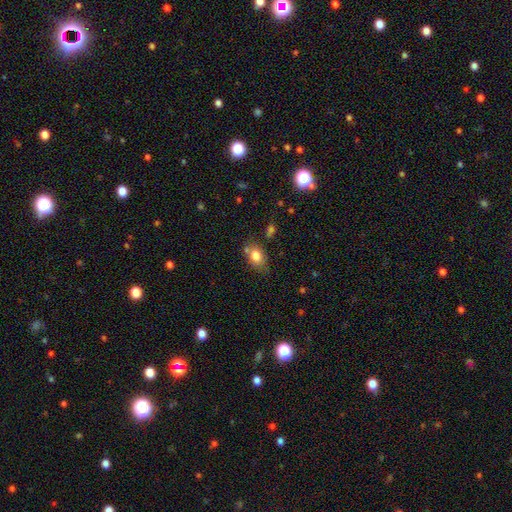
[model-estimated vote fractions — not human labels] Overall: smooth (80%). How rounded: in between (74%). Merging: none (62%).